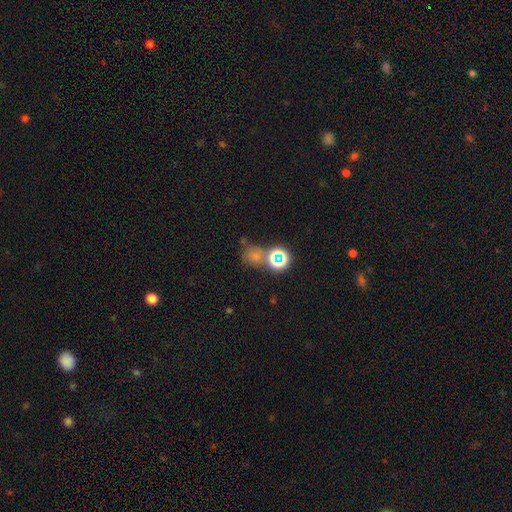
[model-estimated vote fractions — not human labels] A smooth galaxy with no disk features (55%) that is round (71%). Merging: none (51%).